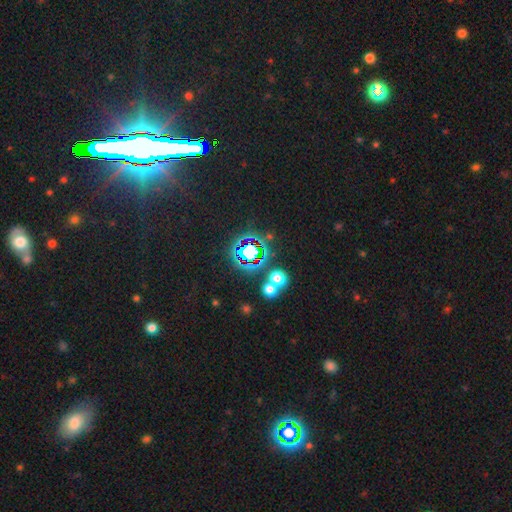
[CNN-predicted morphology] Smooth or featured?
  - star or artifact: 70% *
  - smooth: 20%
  - featured or disk: 10%